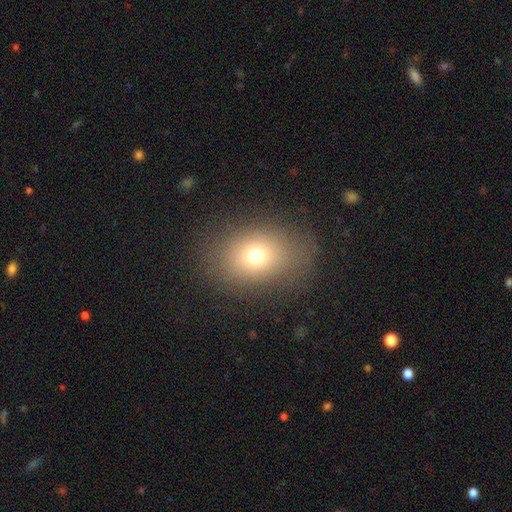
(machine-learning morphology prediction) Overall: smooth (70%). How rounded: in between (59%; round 40%). Merging: none (79%).